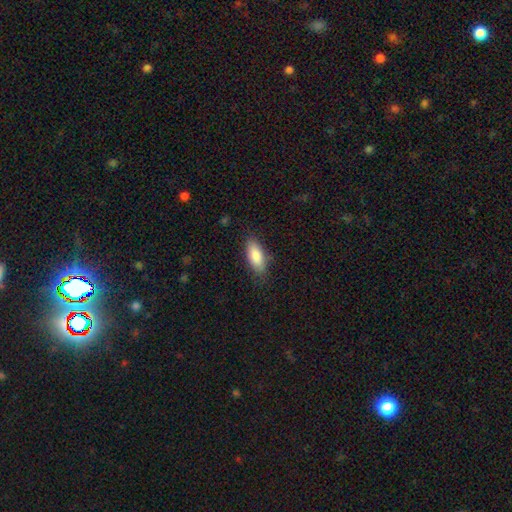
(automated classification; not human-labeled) smooth-or-featured: smooth: 86% | featured or disk: 8% | star or artifact: 6%
  how-rounded: in between: 82% | cigar-shaped: 16% | round: 2%
  merging: none: 81% | minor disturbance: 14% | major disturbance: 3% | merger: 1%